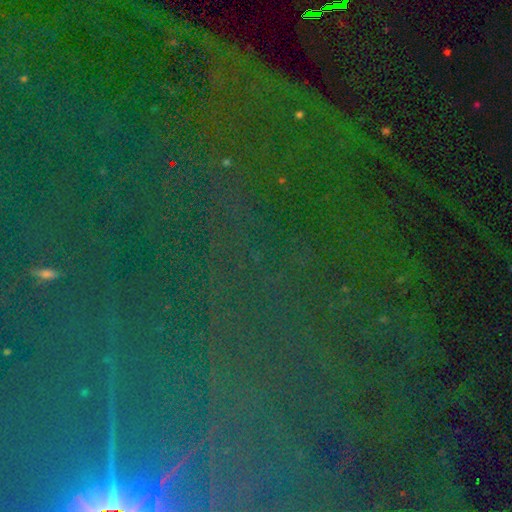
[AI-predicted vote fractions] smooth_or_featured: star or artifact (p=0.85) [alt: smooth p=0.08]